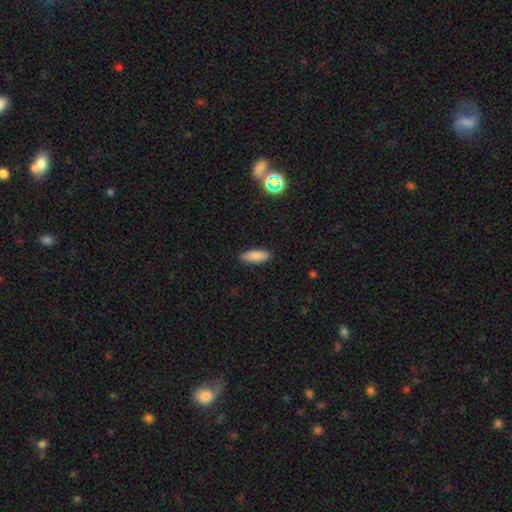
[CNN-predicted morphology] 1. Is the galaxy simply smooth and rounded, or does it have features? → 86% smooth, 8% star or artifact, 6% featured or disk.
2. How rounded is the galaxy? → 62% in between, 36% cigar-shaped, 2% round.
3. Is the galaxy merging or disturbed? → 89% none, 8% minor disturbance, 2% major disturbance, 1% merger.